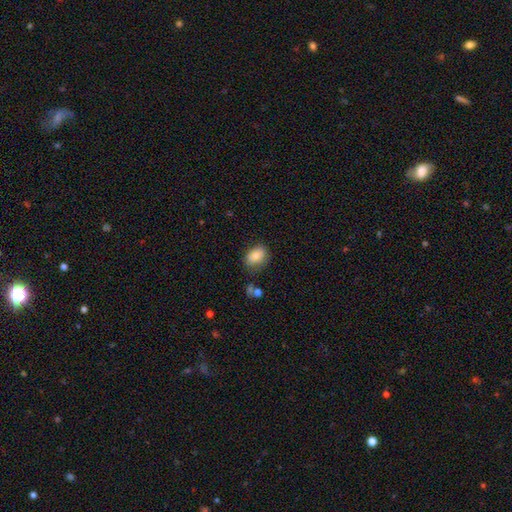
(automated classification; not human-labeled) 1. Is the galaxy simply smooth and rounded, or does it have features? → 81% smooth, 10% featured or disk, 9% star or artifact.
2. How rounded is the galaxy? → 78% in between, 20% round, 1% cigar-shaped.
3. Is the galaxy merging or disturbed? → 73% none, 19% minor disturbance, 5% major disturbance, 3% merger.